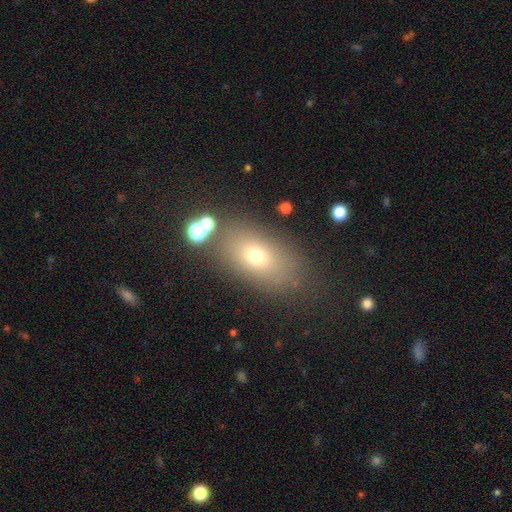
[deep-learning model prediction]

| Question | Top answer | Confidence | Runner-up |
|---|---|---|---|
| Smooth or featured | smooth | 67% | featured or disk (17%) |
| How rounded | in between | 80% | round (15%) |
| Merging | none | 76% | minor disturbance (12%) |